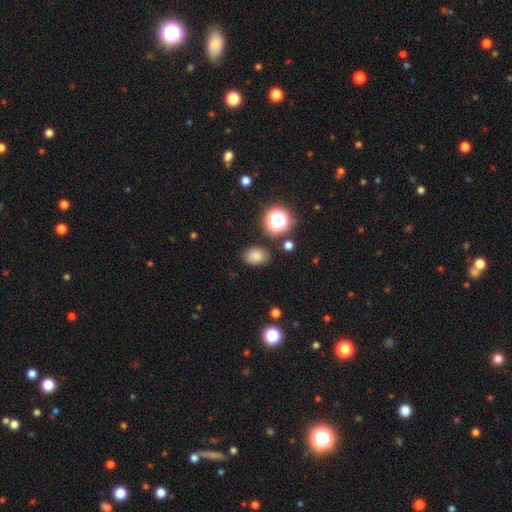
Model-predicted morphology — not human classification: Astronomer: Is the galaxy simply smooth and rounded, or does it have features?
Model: smooth — 79%.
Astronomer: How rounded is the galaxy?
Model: in between — 71%.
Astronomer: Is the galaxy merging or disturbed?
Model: none — 80%.